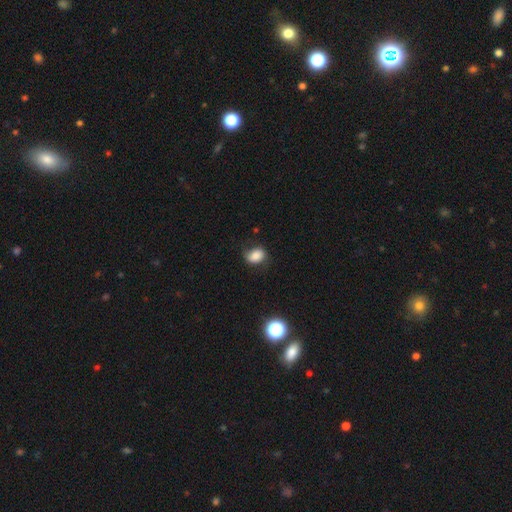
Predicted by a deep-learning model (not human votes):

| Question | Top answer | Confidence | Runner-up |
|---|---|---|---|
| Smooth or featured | smooth | 80% | featured or disk (10%) |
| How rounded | in between | 66% | round (33%) |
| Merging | none | 69% | minor disturbance (22%) |